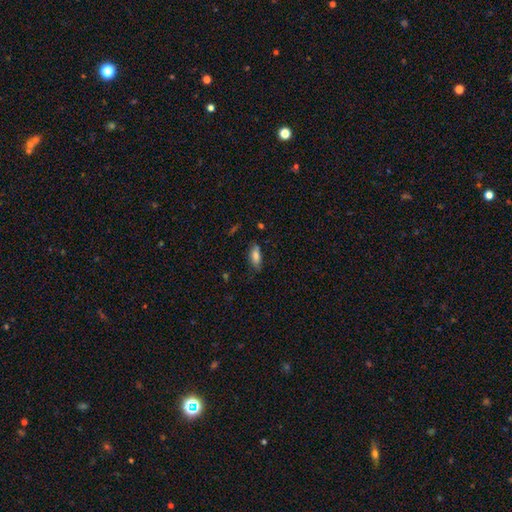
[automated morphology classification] smooth-or-featured: smooth: 77% | featured or disk: 15% | star or artifact: 8%
  how-rounded: in between: 79% | cigar-shaped: 18% | round: 3%
  merging: none: 73% | minor disturbance: 21% | major disturbance: 5% | merger: 2%